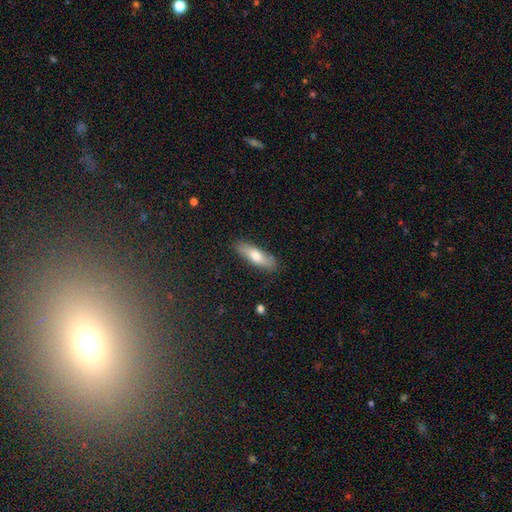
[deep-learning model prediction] Morphology: type=smooth (69%); roundness=cigar-shaped (56%); merging=none (84%).